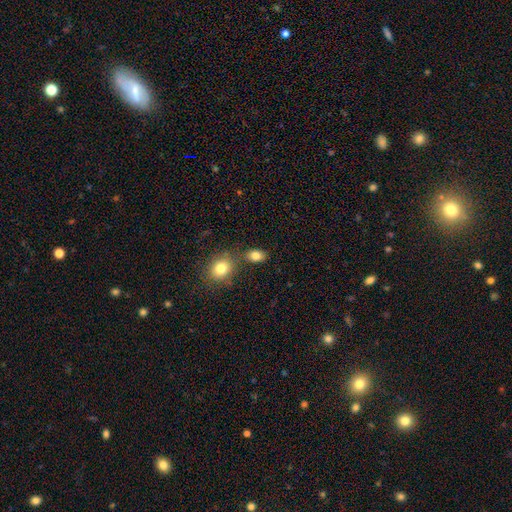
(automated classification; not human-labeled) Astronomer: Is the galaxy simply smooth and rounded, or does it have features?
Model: smooth — 83%.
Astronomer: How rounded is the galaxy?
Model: in between — 74%.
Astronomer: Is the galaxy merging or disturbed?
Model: none — 68%.